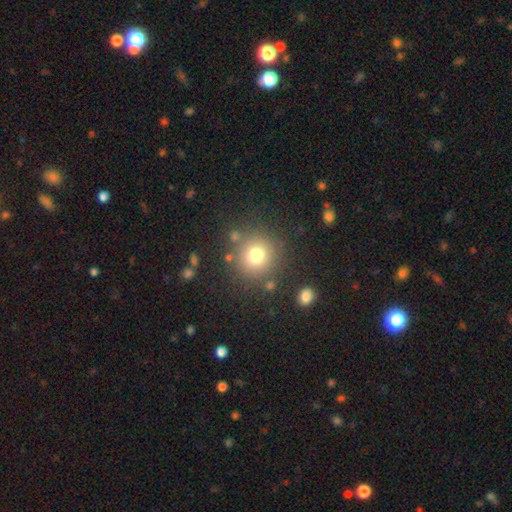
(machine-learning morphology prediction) smooth 76%, star or artifact 14%, featured or disk 10%. Down the decision tree: how rounded — round (92%); merging — none (81%).